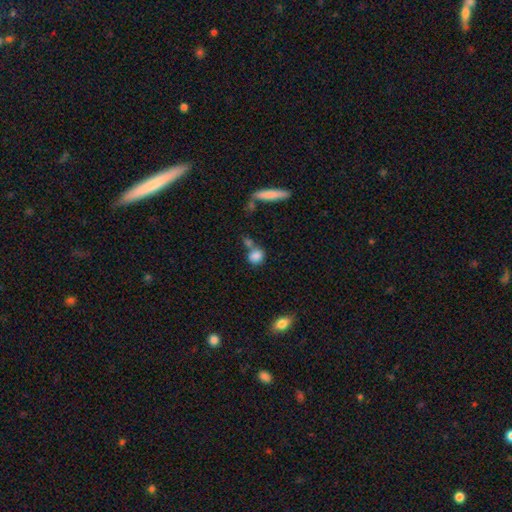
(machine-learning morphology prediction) Smooth or featured? Predicted: smooth (p=0.83). How rounded? Predicted: round (p=0.65). Merging? Predicted: none (p=0.54).